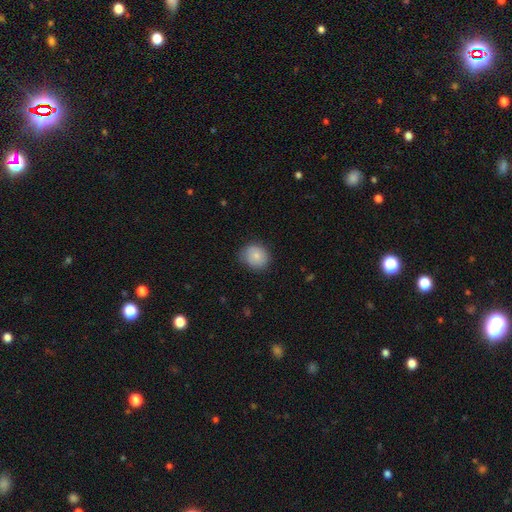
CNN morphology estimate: This is clearly a smooth galaxy (82%). How rounded: likely round (75%). Merging: likely none (77%).